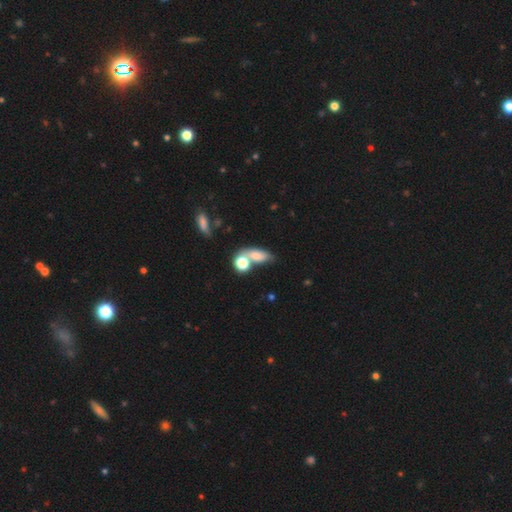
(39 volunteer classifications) Smooth or featured: smooth — 74% (featured or disk — 13%)
How rounded: in between — 69% (cigar-shaped — 17%)
Merging: merger — 47% (none — 32%)